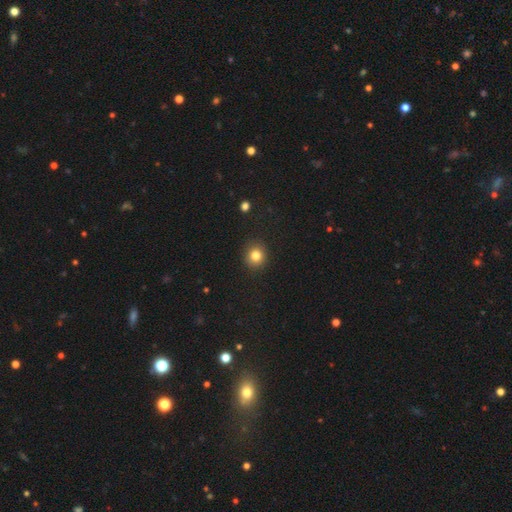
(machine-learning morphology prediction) Smooth or featured: smooth — 82% (star or artifact — 12%)
How rounded: round — 89% (in between — 11%)
Merging: none — 91% (minor disturbance — 6%)